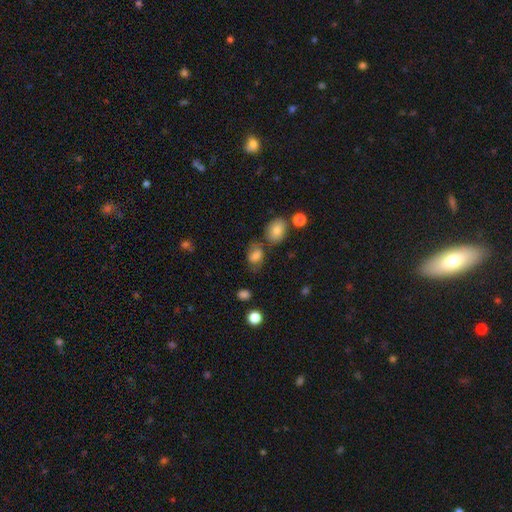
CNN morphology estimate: type=smooth (75%); roundness=in between (78%); merging=none (58%).